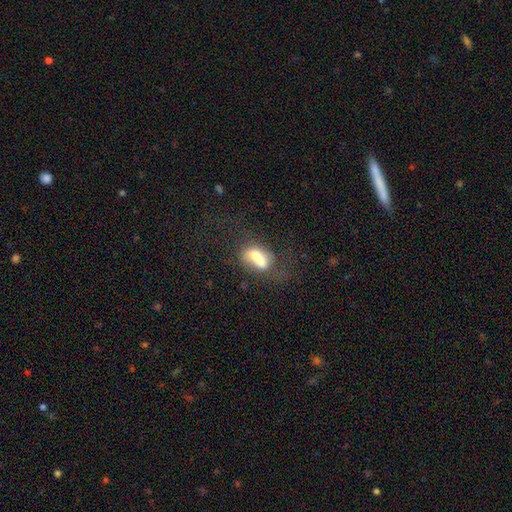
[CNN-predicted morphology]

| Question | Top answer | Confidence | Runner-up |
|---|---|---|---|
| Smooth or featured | smooth | 59% | featured or disk (31%) |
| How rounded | in between | 78% | round (15%) |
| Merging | merger | 46% | none (25%) |